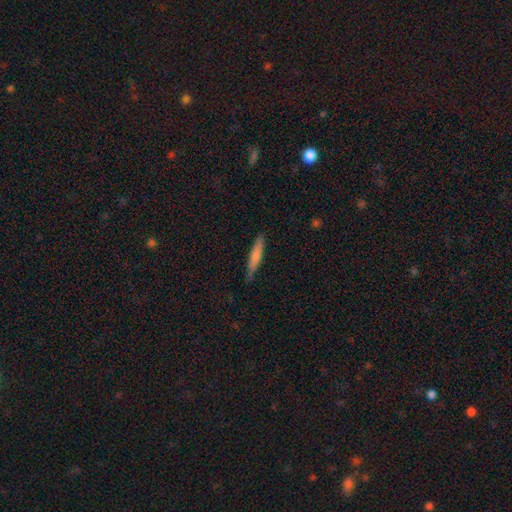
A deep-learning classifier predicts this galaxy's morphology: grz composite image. It shows a smooth galaxy with no disk features (73%) that is cigar-shaped (92%). Merging: none (83%).